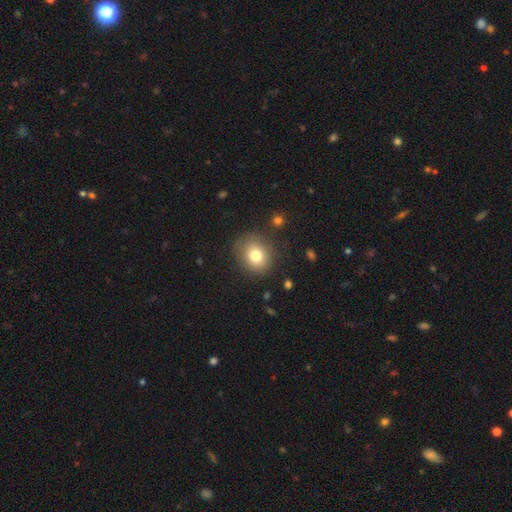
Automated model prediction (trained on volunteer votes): Smooth or featured? smooth (77%)
How rounded? round (71%)
Merging? none (82%)